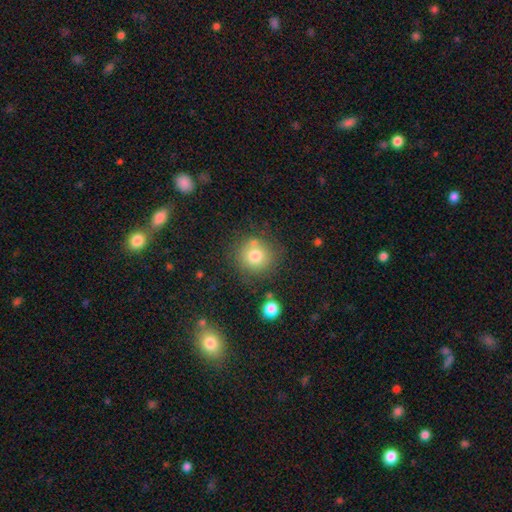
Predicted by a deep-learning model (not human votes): Overall: smooth (77%). How rounded: round (91%). Merging: none (71%).